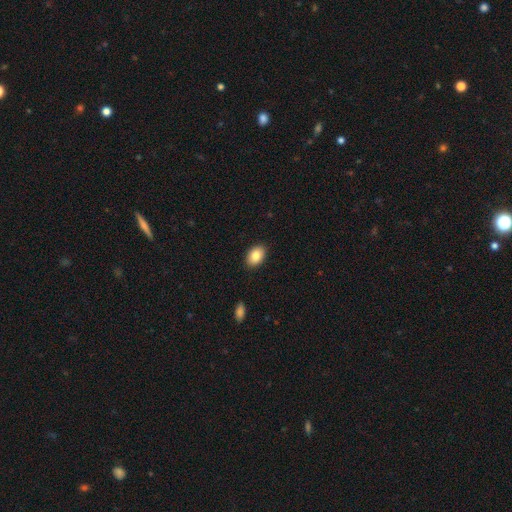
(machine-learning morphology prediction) Smooth or featured: smooth — 85% (featured or disk — 8%)
How rounded: in between — 85% (round — 13%)
Merging: none — 89% (minor disturbance — 8%)